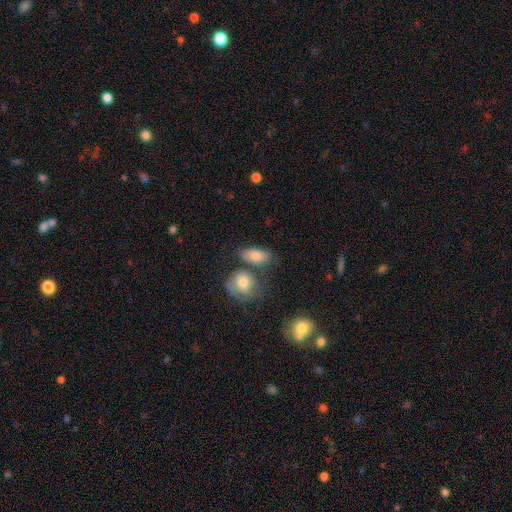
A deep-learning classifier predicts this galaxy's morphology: smooth 78%, featured or disk 14%, star or artifact 8%. Down the decision tree: how rounded — in between (83%); merging — none (49%).